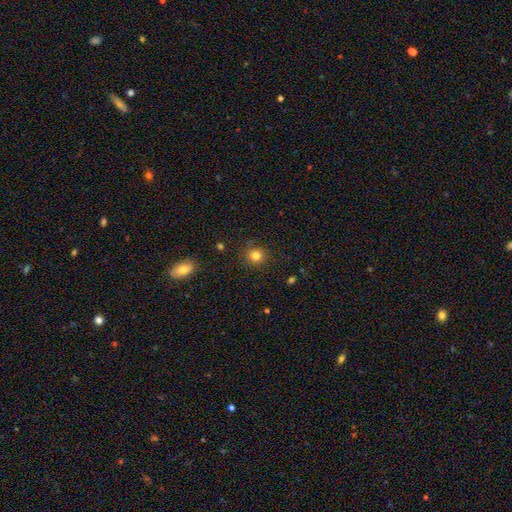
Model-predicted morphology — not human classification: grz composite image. It shows a smooth galaxy with no disk features (82%) that is round (89%). Merging: none (86%).